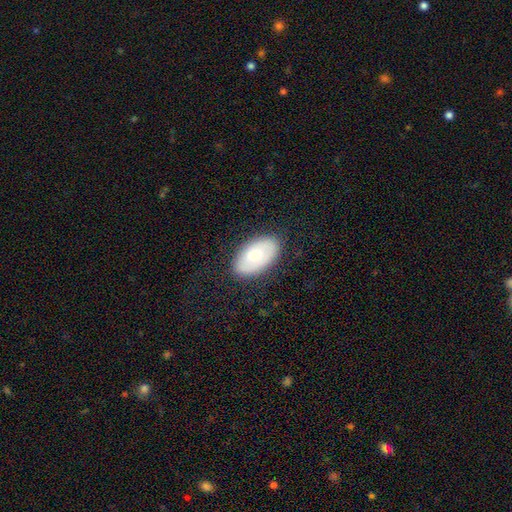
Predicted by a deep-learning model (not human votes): Smooth or featured: smooth — 71% (featured or disk — 23%)
How rounded: in between — 95% (round — 4%)
Merging: none — 83% (minor disturbance — 12%)